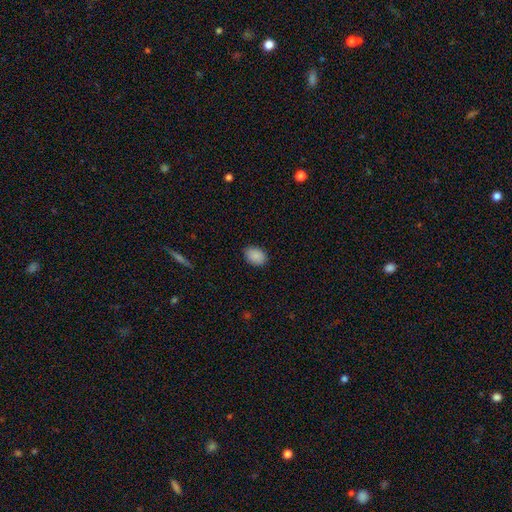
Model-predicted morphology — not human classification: type=smooth (89%); roundness=in between (73%); merging=none (87%).